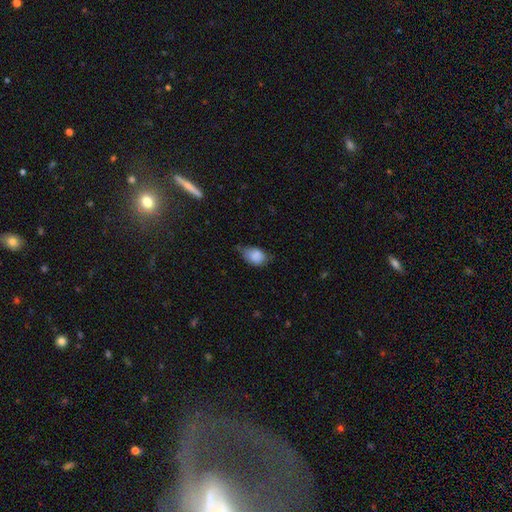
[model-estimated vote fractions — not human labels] Smooth or featured? Predicted: smooth (p=0.84). How rounded? Predicted: in between (p=0.77). Merging? Predicted: minor disturbance (p=0.44).